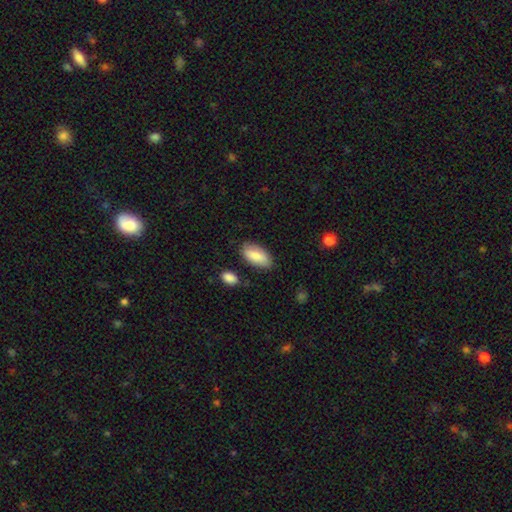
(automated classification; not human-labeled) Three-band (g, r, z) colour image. It shows a smooth galaxy with no disk features (81%) that is in between round and cigar-shaped (92%). Merging: none (81%).